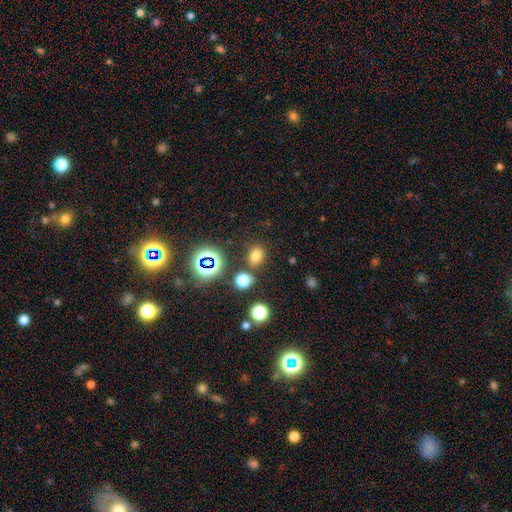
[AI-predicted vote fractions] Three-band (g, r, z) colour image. It shows a smooth galaxy with no disk features (72%) that is in between round and cigar-shaped (55%). Merging: none (79%).